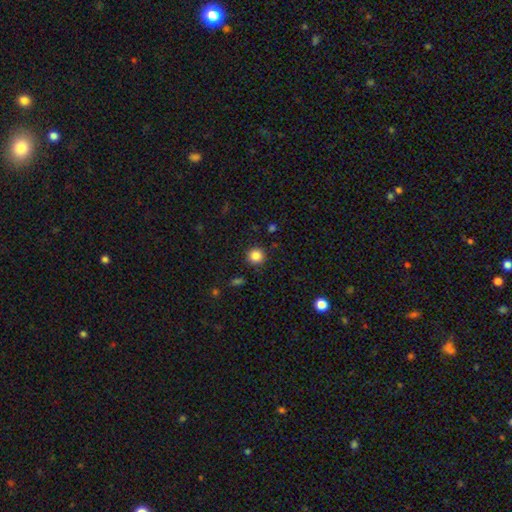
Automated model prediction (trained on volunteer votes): smooth_or_featured: smooth (p=0.85) [alt: star or artifact p=0.11]
how_rounded: round (p=0.94) [alt: in between p=0.05]
merging: none (p=0.91) [alt: minor disturbance p=0.06]